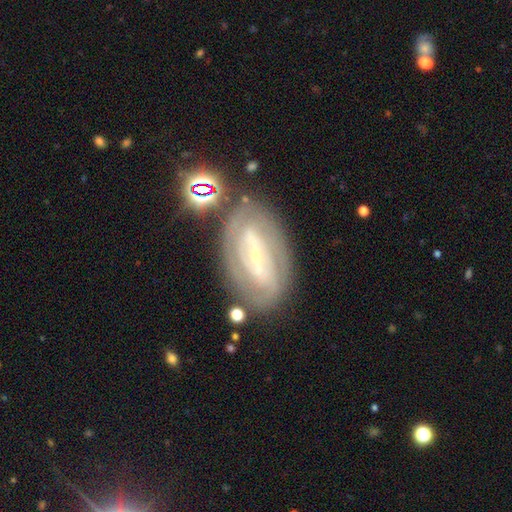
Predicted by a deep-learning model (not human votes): This is likely a featured or disk galaxy (79%). It is clearly not viewed edge-on (92%). Bar: possibly strong (53%). Spiral arm pattern: likely yes (72%). Spiral arm count: possibly 2 (45%). Spiral winding: likely tight (64%). Central bulge: likely small (78%). Merging: likely none (74%).